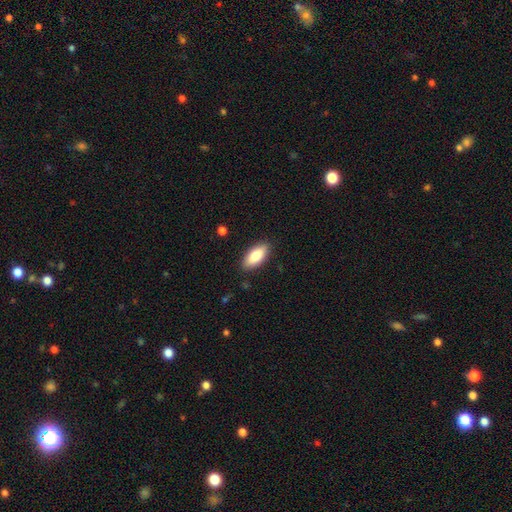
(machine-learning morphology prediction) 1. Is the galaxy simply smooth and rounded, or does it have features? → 83% smooth, 11% featured or disk, 6% star or artifact.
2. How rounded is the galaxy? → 85% in between, 13% cigar-shaped, 2% round.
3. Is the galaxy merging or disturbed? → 87% none, 10% minor disturbance, 2% major disturbance, 1% merger.